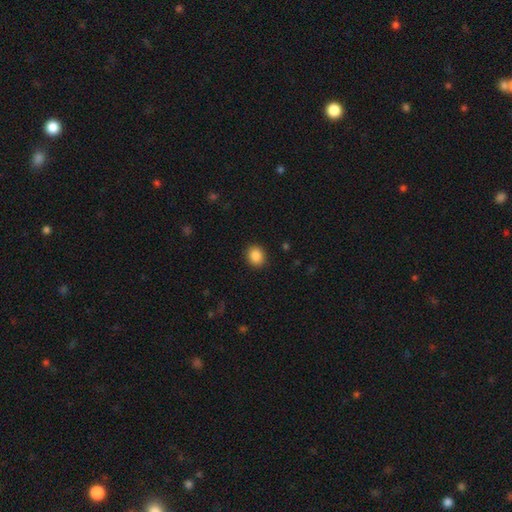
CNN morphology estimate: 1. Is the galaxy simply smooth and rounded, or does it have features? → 87% smooth, 9% star or artifact, 4% featured or disk.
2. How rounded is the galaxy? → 70% round, 29% in between, 1% cigar-shaped.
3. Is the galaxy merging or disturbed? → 90% none, 7% minor disturbance, 2% major disturbance, 1% merger.